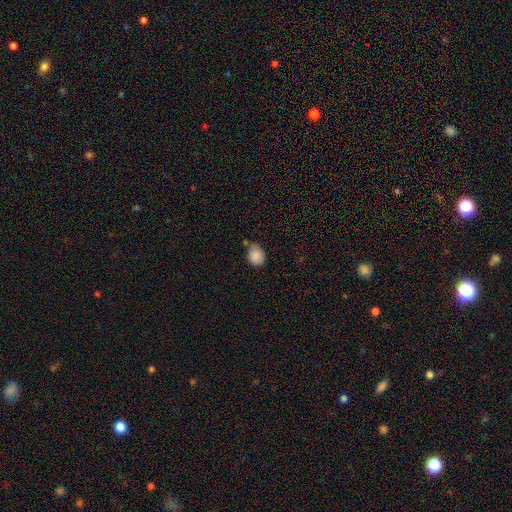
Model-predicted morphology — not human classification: A smooth galaxy with no disk features (87%) that is round (52%).

Vote fractions:
- Smooth or featured? smooth: 87% / star or artifact: 8% / featured or disk: 4%
- How rounded? round: 52% / in between: 47% / cigar-shaped: 1%
- Merging? none: 56% / minor disturbance: 28% / merger: 10% / major disturbance: 6%